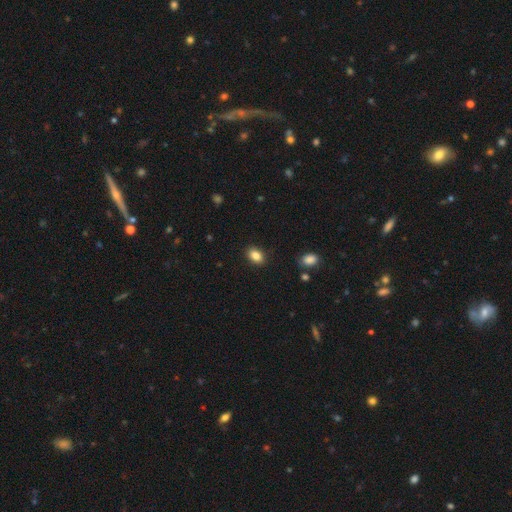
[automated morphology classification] A smooth galaxy with no disk features (85%) that is in between round and cigar-shaped (81%).

Vote fractions:
- Smooth or featured? smooth: 85% / star or artifact: 9% / featured or disk: 5%
- How rounded? in between: 81% / round: 18% / cigar-shaped: 1%
- Merging? none: 88% / minor disturbance: 9% / major disturbance: 2% / merger: 1%